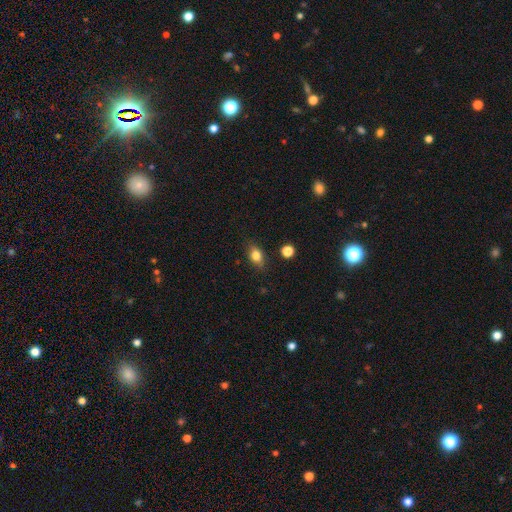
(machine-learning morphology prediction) Smooth or featured? Predicted: smooth (p=0.77). How rounded? Predicted: in between (p=0.74). Merging? Predicted: none (p=0.82).